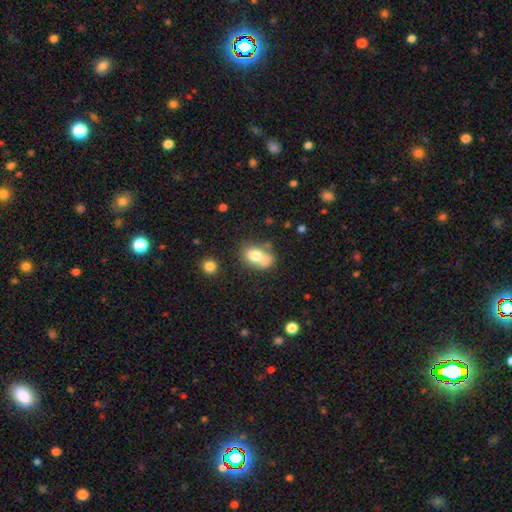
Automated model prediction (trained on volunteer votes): Smooth or featured: smooth — 74% (featured or disk — 17%)
How rounded: in between — 75% (round — 23%)
Merging: none — 41% (merger — 27%)